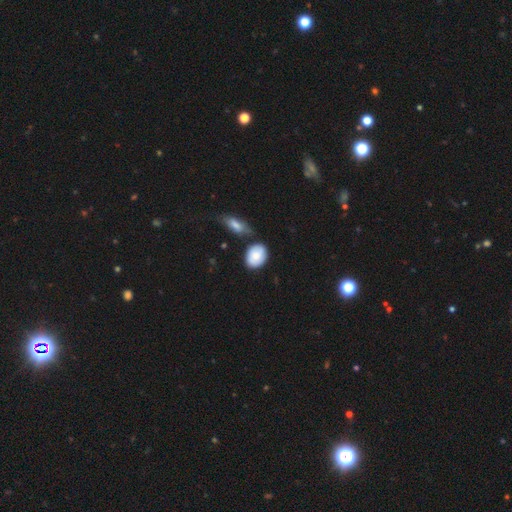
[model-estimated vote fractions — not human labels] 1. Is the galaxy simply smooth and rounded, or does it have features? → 79% smooth, 14% featured or disk, 6% star or artifact.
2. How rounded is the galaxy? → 66% in between, 33% round, 2% cigar-shaped.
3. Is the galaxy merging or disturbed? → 61% none, 19% minor disturbance, 15% merger, 5% major disturbance.